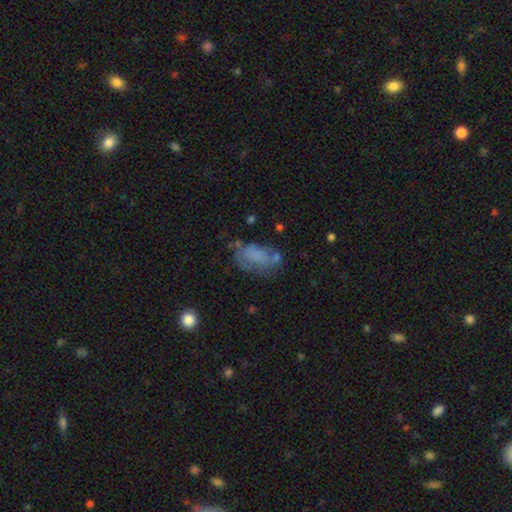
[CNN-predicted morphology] Overall: smooth (60%; featured or disk 29%). How rounded: in between (88%). Merging: none (41%; minor disturbance 27%).